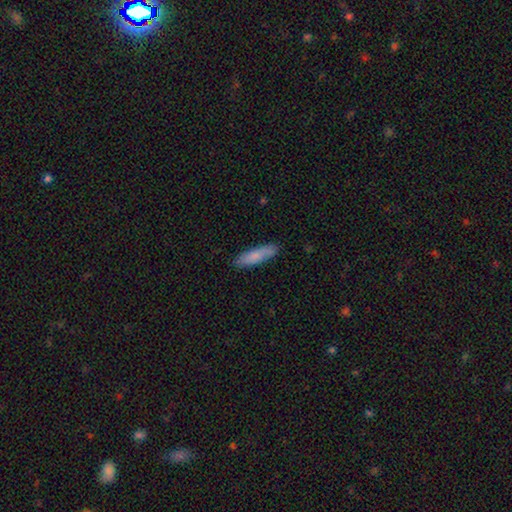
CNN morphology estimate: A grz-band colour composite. It shows a smooth galaxy with no disk features (80%) that is cigar-shaped (70%). Merging: none (84%).